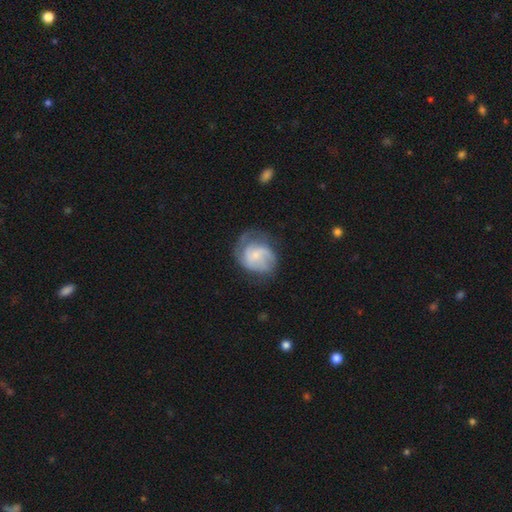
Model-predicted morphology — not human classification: Q: Smooth or featured?
A: featured or disk (67%); runner-up: smooth (26%)
Q: Edge-on disk?
A: no (98%); runner-up: yes (2%)
Q: Bar?
A: no (61%); runner-up: weak (34%)
Q: Spiral arms?
A: yes (90%); runner-up: no (10%)
Q: Spiral winding?
A: medium (44%); runner-up: tight (34%)
Q: Spiral arm count?
A: 2 (43%); runner-up: can't tell (23%)
Q: Bulge size?
A: small (62%); runner-up: moderate (24%)
Q: Merging?
A: none (53%); runner-up: minor disturbance (26%)